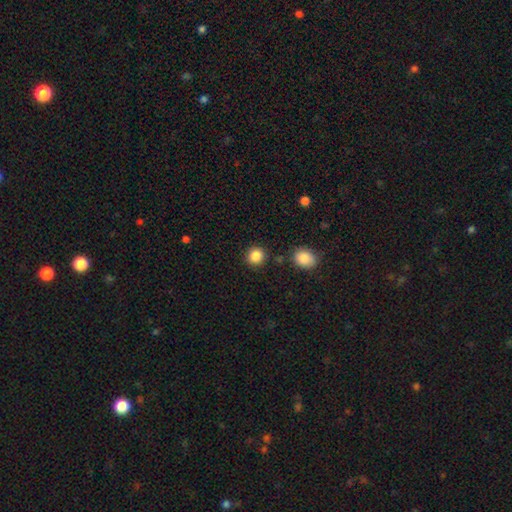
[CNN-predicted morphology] Q: Smooth or featured?
A: smooth (87%); runner-up: star or artifact (10%)
Q: How rounded?
A: round (88%); runner-up: in between (11%)
Q: Merging?
A: none (87%); runner-up: minor disturbance (7%)